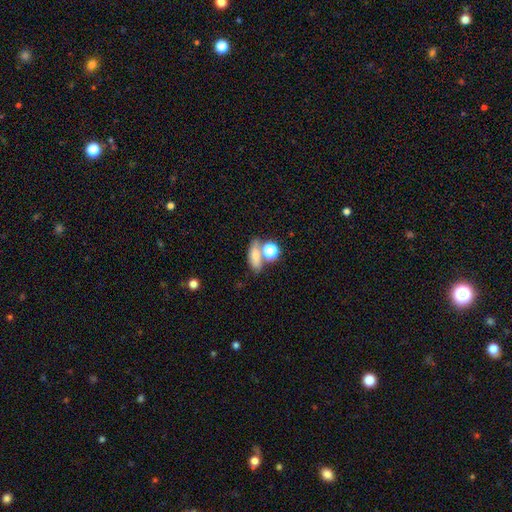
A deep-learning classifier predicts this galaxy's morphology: smooth-or-featured: smooth: 70% | featured or disk: 16% | star or artifact: 14%
  how-rounded: in between: 69% | round: 19% | cigar-shaped: 12%
  merging: none: 48% | merger: 32% | minor disturbance: 13% | major disturbance: 7%